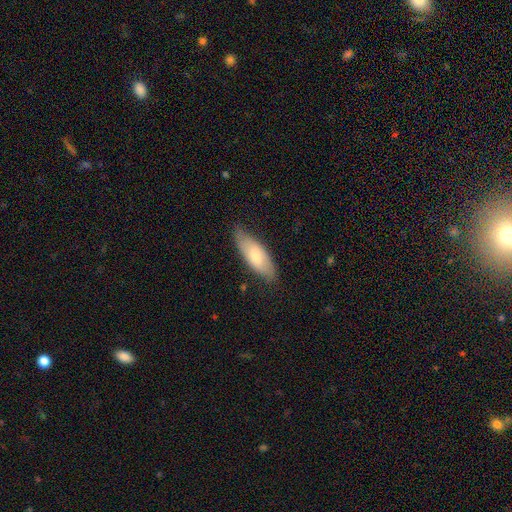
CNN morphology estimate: smooth-or-featured: smooth: 70% | featured or disk: 24% | star or artifact: 5%
  how-rounded: in between: 73% | cigar-shaped: 25% | round: 2%
  merging: none: 73% | minor disturbance: 22% | major disturbance: 4% | merger: 1%